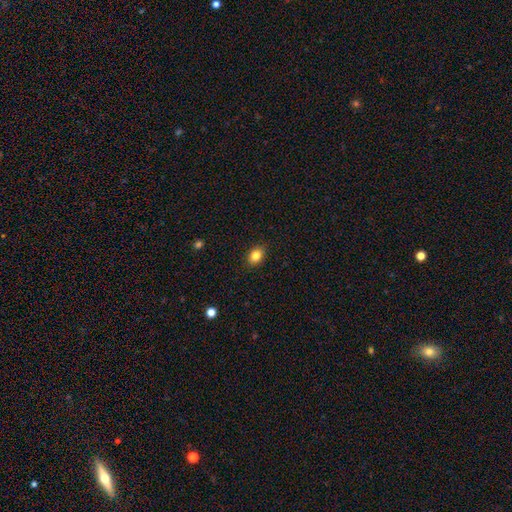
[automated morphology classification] Q: Smooth or featured?
A: smooth (83%); runner-up: star or artifact (10%)
Q: How rounded?
A: in between (67%); runner-up: round (32%)
Q: Merging?
A: none (87%); runner-up: minor disturbance (10%)